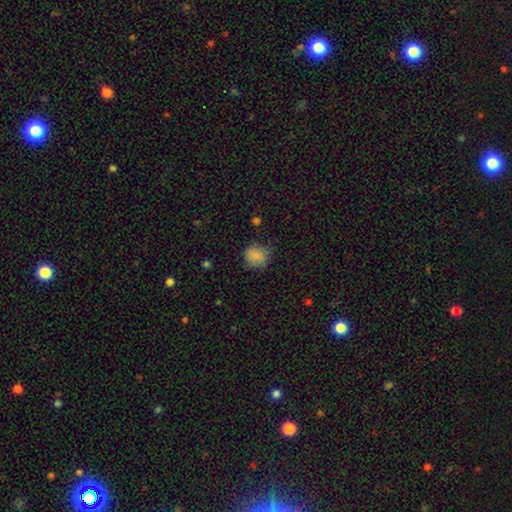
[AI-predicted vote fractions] This is clearly a smooth galaxy (83%). How rounded: likely round (80%). Merging: likely none (72%).